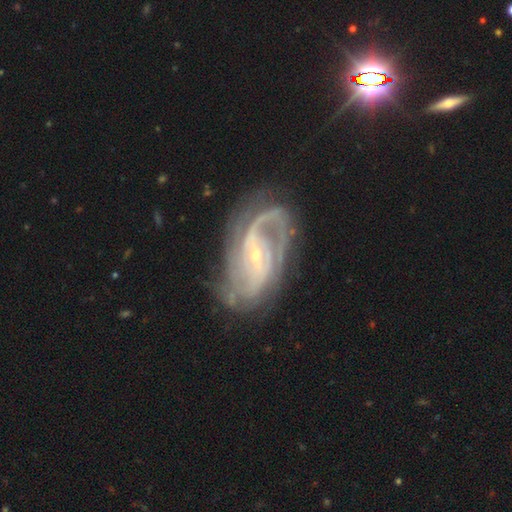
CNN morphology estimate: featured or disk 89%, star or artifact 6%, smooth 5%. Down the decision tree: edge-on disk — no (96%); bar — weak (42%); spiral arms — yes (96%); spiral arm count — 2 (54%); spiral winding — medium (48%); bulge size — small (81%); merging — none (64%).